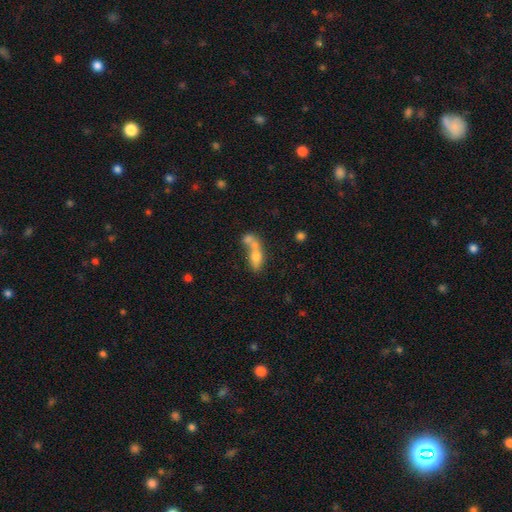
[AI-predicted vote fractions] Smooth or featured? smooth (65%)
How rounded? in between (69%)
Merging? merger (65%)